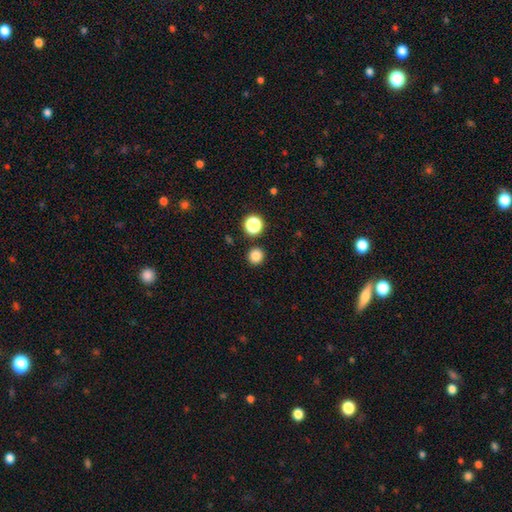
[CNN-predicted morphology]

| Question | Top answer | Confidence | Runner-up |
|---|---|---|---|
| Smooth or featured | smooth | 83% | star or artifact (13%) |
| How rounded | round | 94% | in between (5%) |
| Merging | none | 90% | minor disturbance (5%) |